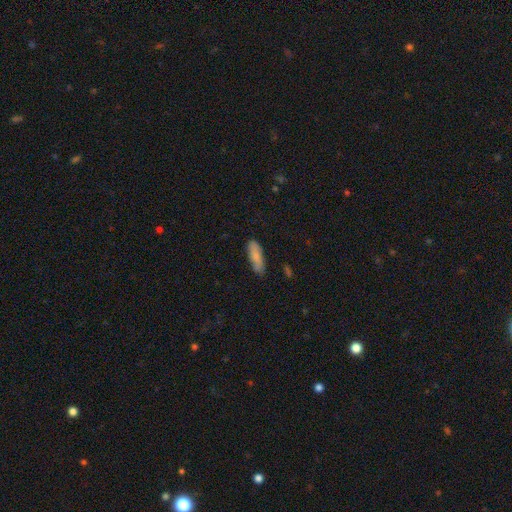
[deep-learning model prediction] Smooth or featured: smooth — 82% (featured or disk — 12%)
How rounded: in between — 49% (tied with cigar-shaped — 49%)
Merging: none — 78% (minor disturbance — 17%)